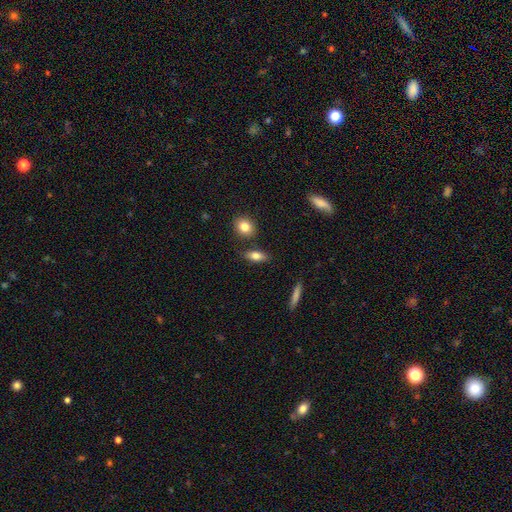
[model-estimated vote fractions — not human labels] smooth 77%, featured or disk 15%, star or artifact 8%. Down the decision tree: how rounded — in between (74%); merging — none (77%).